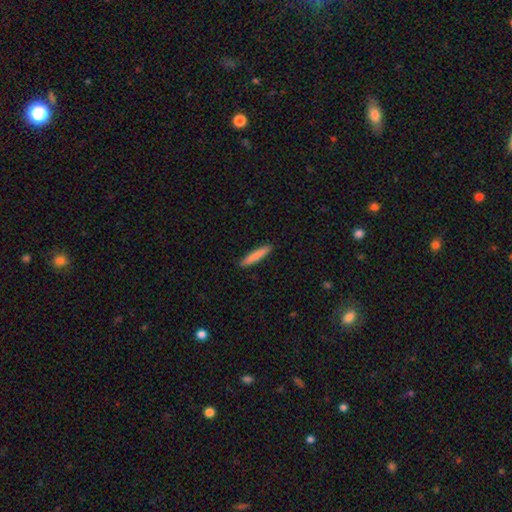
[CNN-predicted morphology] type=smooth (82%); roundness=cigar-shaped (91%); merging=none (91%).